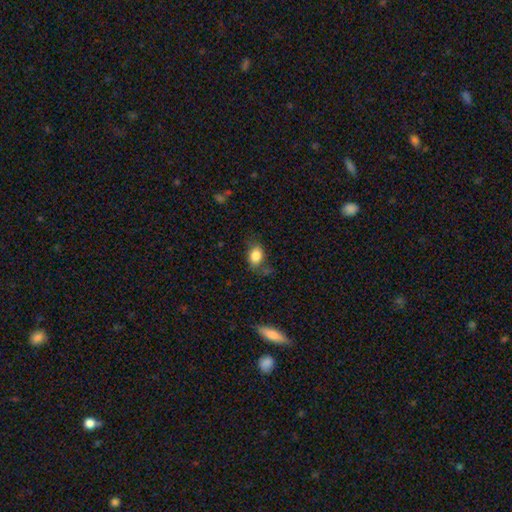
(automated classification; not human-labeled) Smooth or featured? Predicted: smooth (p=0.83). How rounded? Predicted: in between (p=0.76). Merging? Predicted: none (p=0.64).